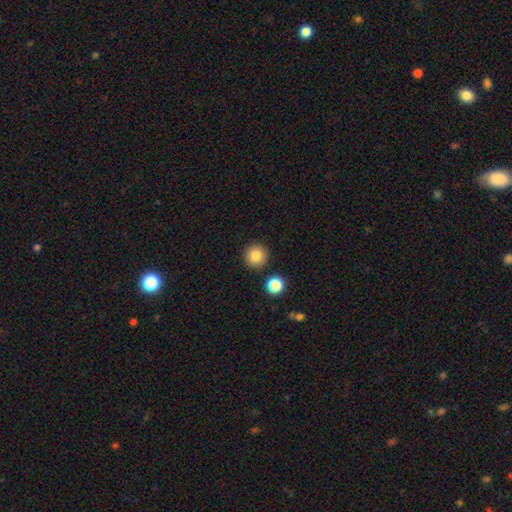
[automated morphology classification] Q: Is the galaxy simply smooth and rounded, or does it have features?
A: smooth — 84%.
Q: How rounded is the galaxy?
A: round — 95%.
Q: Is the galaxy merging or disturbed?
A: none — 90%.